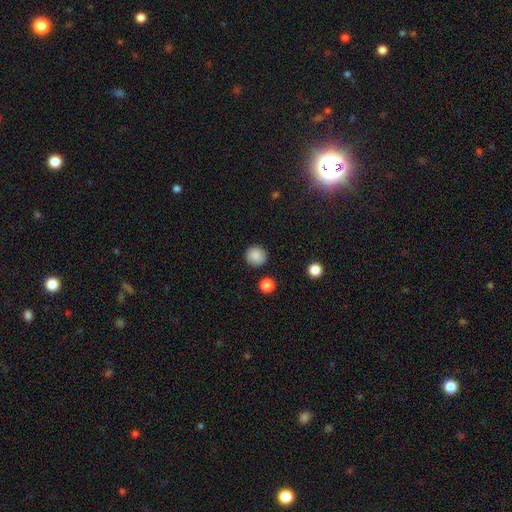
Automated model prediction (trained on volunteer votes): A smooth galaxy with no disk features (87%) that is round (93%).

Vote fractions:
- Smooth or featured? smooth: 87% / star or artifact: 10% / featured or disk: 4%
- How rounded? round: 93% / in between: 7% / cigar-shaped: 1%
- Merging? none: 88% / minor disturbance: 8% / major disturbance: 2% / merger: 2%